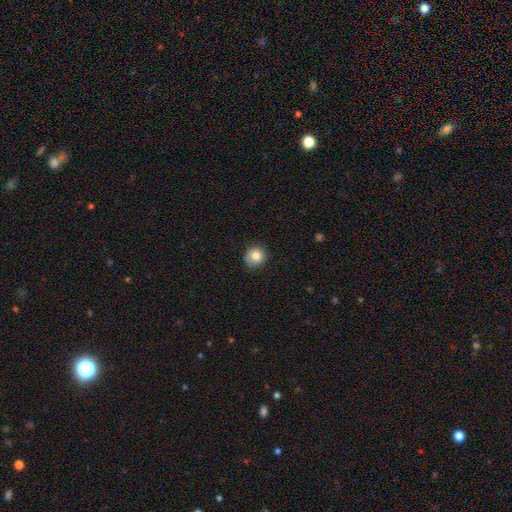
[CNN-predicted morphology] Overall: smooth (81%). How rounded: round (87%). Merging: none (81%).